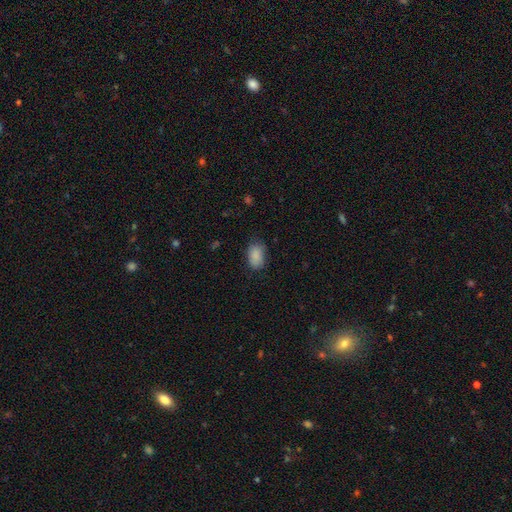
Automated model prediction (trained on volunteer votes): smooth-or-featured: smooth: 87% | star or artifact: 8% | featured or disk: 5%
  how-rounded: in between: 89% | round: 9% | cigar-shaped: 1%
  merging: none: 69% | minor disturbance: 24% | major disturbance: 6% | merger: 1%